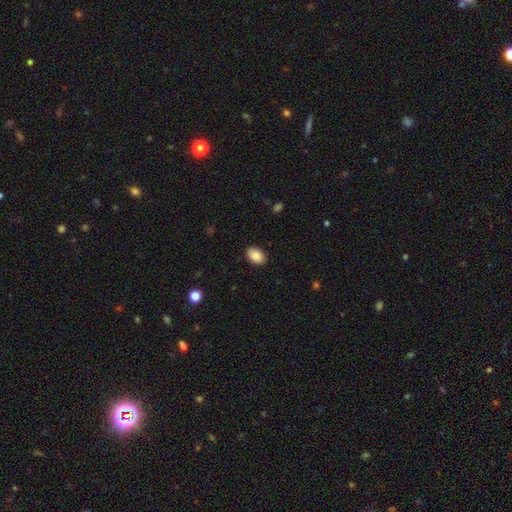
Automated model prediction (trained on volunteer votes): This appears to be a smooth galaxy with no disk features (89%) that is in between round and cigar-shaped (85%). Merging: none (88%).